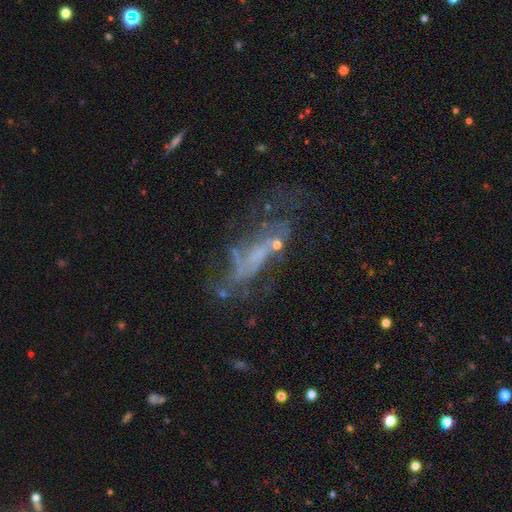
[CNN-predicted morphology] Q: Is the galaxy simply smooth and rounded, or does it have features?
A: featured or disk — 66%.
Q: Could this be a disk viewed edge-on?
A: no — 89%.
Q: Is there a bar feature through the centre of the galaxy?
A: no — 67%.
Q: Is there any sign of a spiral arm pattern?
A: yes — 52%.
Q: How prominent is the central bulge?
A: none — 54%.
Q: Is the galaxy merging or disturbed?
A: none — 41%.